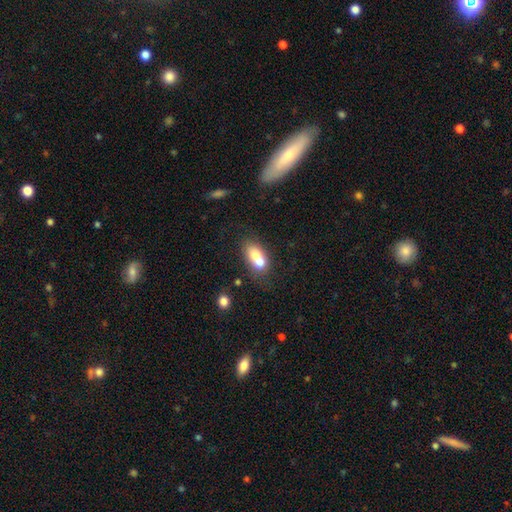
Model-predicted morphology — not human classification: A smooth galaxy with no disk features (66%) that is in between round and cigar-shaped (70%). Merging: merger (62%).